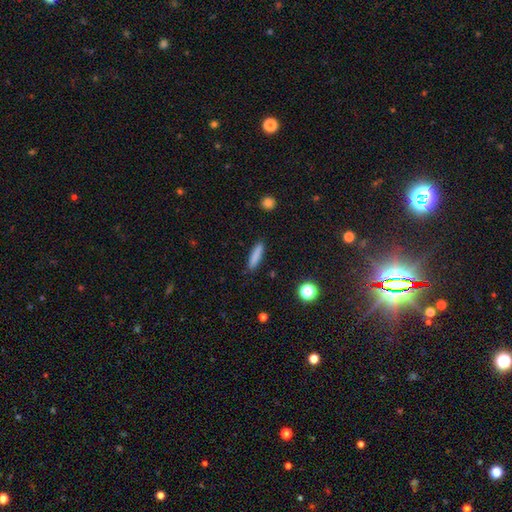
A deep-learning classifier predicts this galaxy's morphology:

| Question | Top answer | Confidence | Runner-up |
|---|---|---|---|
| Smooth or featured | smooth | 83% | featured or disk (9%) |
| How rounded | cigar-shaped | 81% | in between (17%) |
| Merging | none | 89% | minor disturbance (8%) |